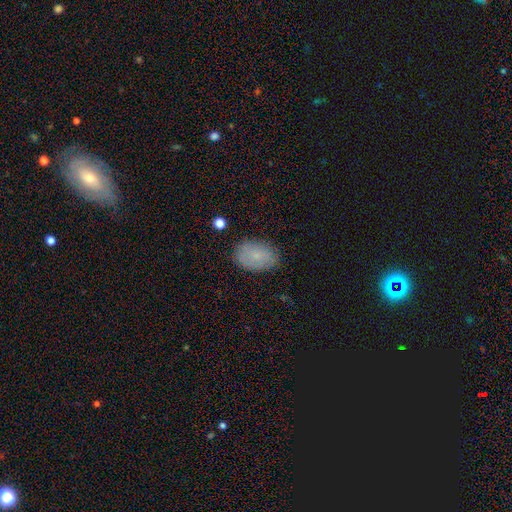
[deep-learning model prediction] Morphology: type=smooth (72%); roundness=in between (87%); merging=none (82%).